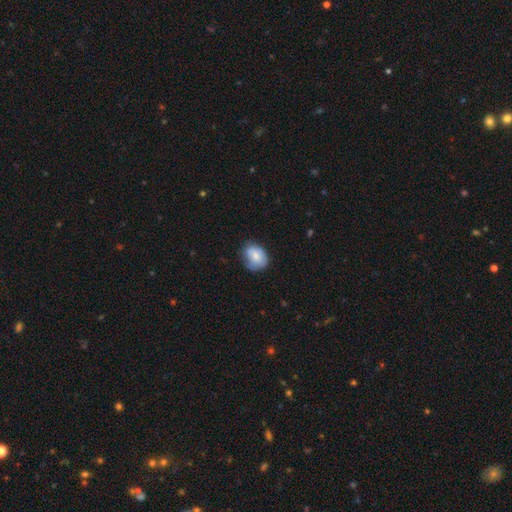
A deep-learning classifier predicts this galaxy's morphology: smooth_or_featured: smooth (p=0.77) [alt: featured or disk p=0.16]
how_rounded: in between (p=0.59) [alt: round p=0.40]
merging: none (p=0.57) [alt: minor disturbance p=0.32]